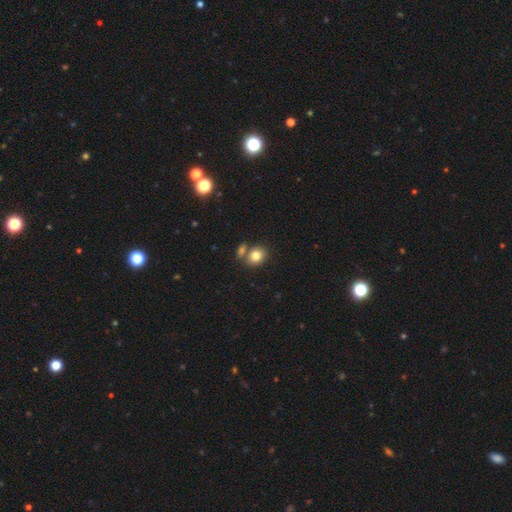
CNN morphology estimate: smooth-or-featured: smooth: 81% | star or artifact: 10% | featured or disk: 9%
  how-rounded: round: 58% | in between: 41% | cigar-shaped: 1%
  merging: none: 58% | merger: 29% | minor disturbance: 10% | major disturbance: 3%